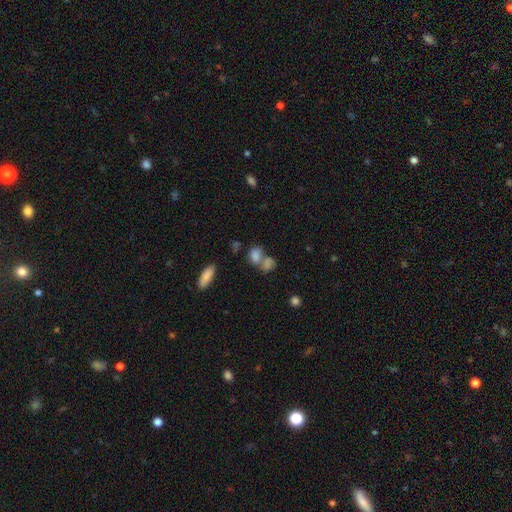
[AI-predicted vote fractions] A smooth galaxy with no disk features (76%) that is in between round and cigar-shaped (69%). Merging: merger (56%).